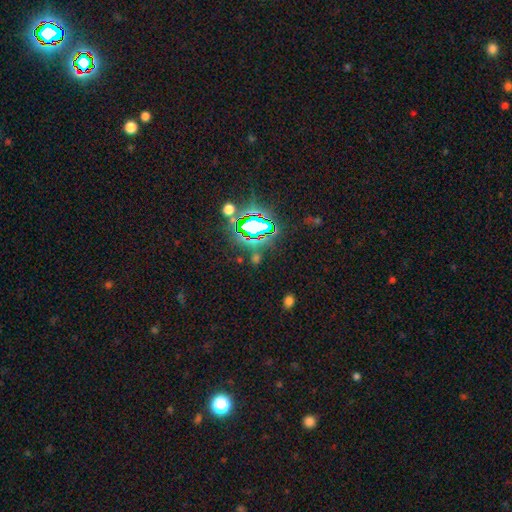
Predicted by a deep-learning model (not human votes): Smooth or featured?
  - star or artifact: 73% *
  - smooth: 18%
  - featured or disk: 9%